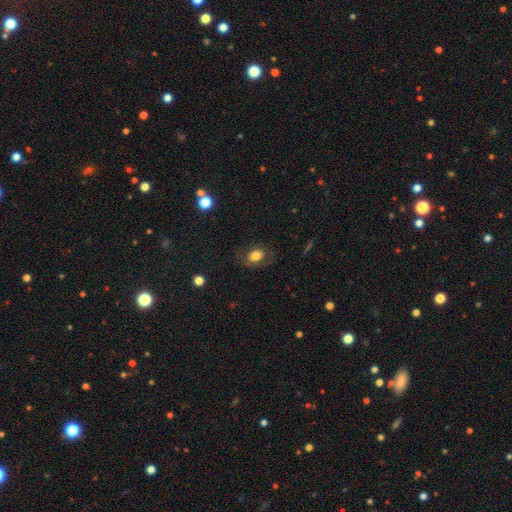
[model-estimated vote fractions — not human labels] Smooth or featured? Predicted: smooth (p=0.72). How rounded? Predicted: in between (p=0.73). Merging? Predicted: none (p=0.73).